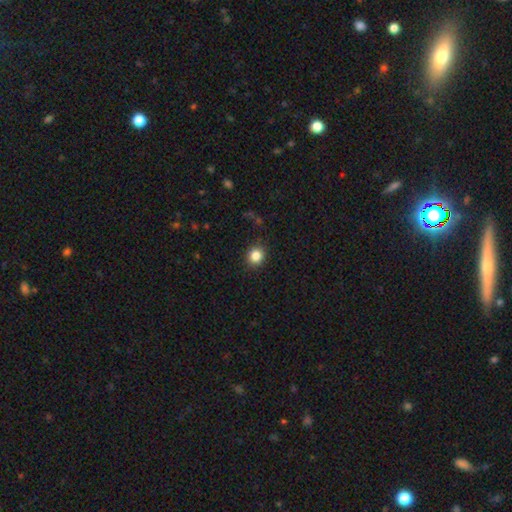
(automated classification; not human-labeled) This is clearly a smooth galaxy (84%). How rounded: clearly round (82%). Merging: clearly none (90%).